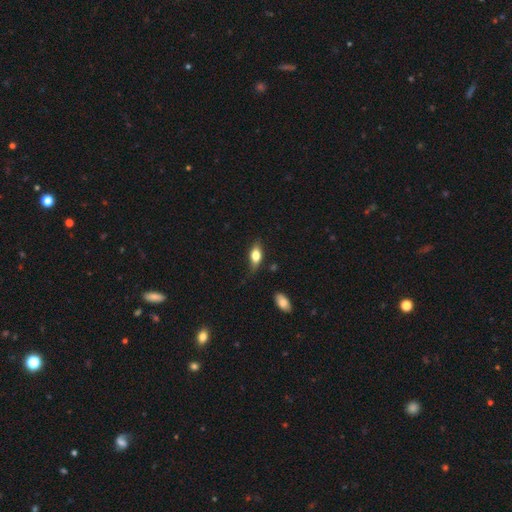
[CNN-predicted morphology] smooth_or_featured: smooth (p=0.72) [alt: featured or disk p=0.21]
how_rounded: in between (p=0.80) [alt: cigar-shaped p=0.14]
merging: none (p=0.67) [alt: minor disturbance p=0.24]